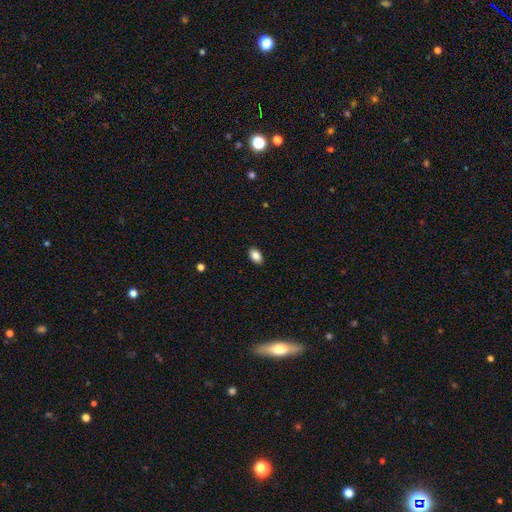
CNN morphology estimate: smooth 86%, star or artifact 8%, featured or disk 6%. Down the decision tree: how rounded — in between (89%); merging — none (89%).